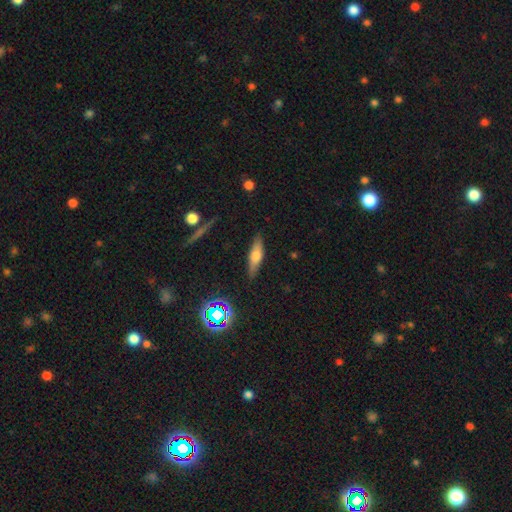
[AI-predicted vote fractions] smooth_or_featured: smooth (p=0.54) [alt: featured or disk p=0.36]
how_rounded: cigar-shaped (p=0.58) [alt: in between p=0.39]
merging: none (p=0.85) [alt: minor disturbance p=0.11]